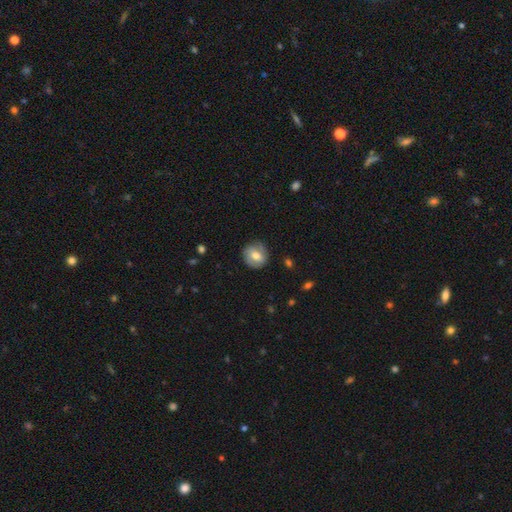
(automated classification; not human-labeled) Morphology: type=smooth (54%); roundness=round (79%); merging=none (79%).